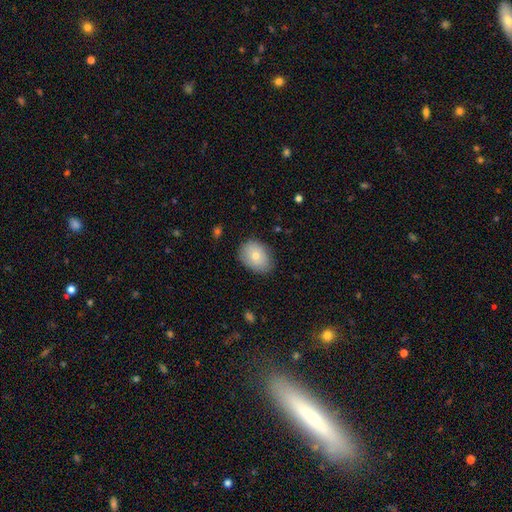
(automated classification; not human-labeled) Smooth or featured: smooth — 76% (featured or disk — 16%)
How rounded: in between — 72% (round — 27%)
Merging: none — 81% (minor disturbance — 15%)